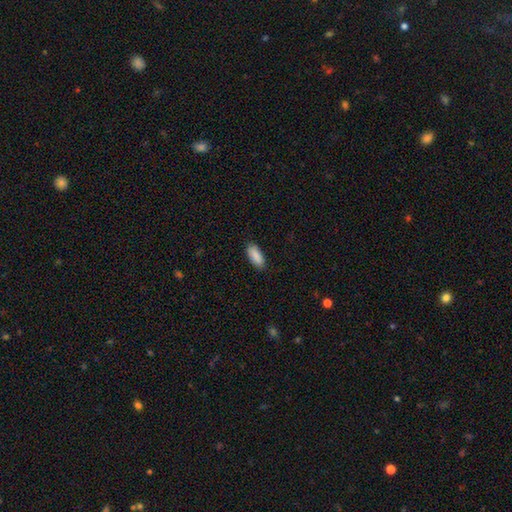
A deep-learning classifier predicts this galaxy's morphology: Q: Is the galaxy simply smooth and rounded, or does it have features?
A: smooth — 90%.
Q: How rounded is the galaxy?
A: in between — 83%.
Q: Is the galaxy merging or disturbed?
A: none — 86%.